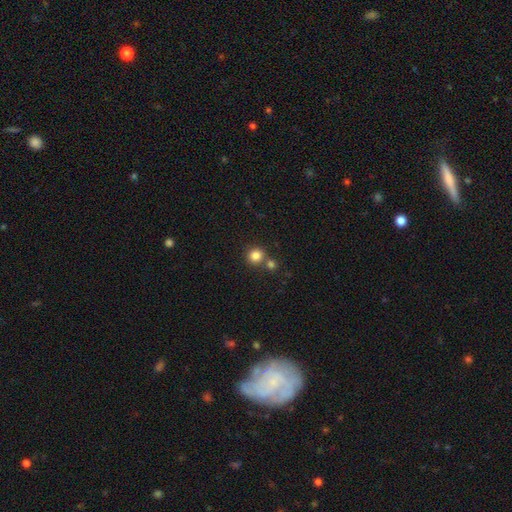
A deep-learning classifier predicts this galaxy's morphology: smooth 83%, star or artifact 12%, featured or disk 5%. Down the decision tree: how rounded — round (91%); merging — none (66%).